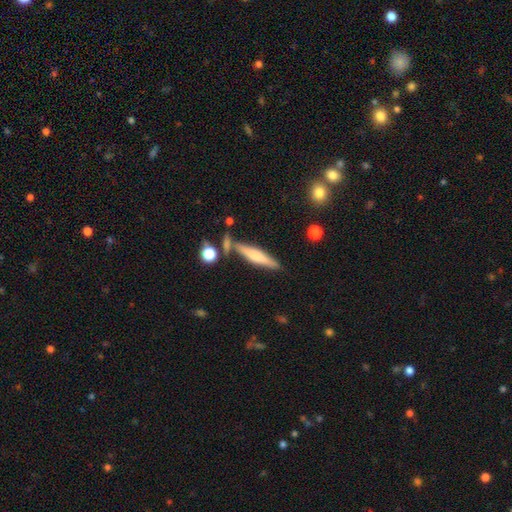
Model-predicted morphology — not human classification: Q: Smooth or featured?
A: smooth (48%); runner-up: featured or disk (46%)
Q: Merging?
A: none (74%); runner-up: minor disturbance (12%)